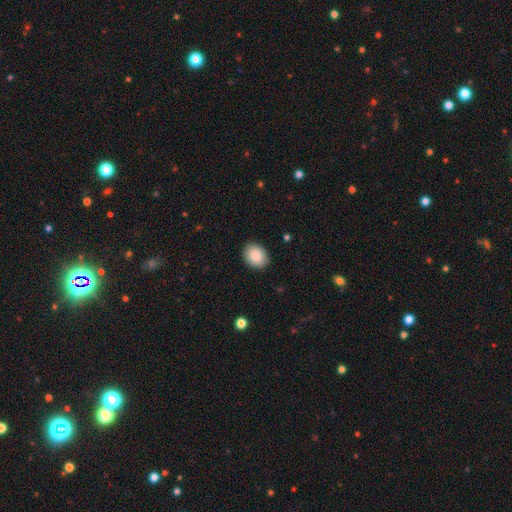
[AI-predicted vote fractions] Q: Smooth or featured?
A: smooth (88%); runner-up: star or artifact (7%)
Q: How rounded?
A: in between (55%); runner-up: round (44%)
Q: Merging?
A: none (89%); runner-up: minor disturbance (8%)